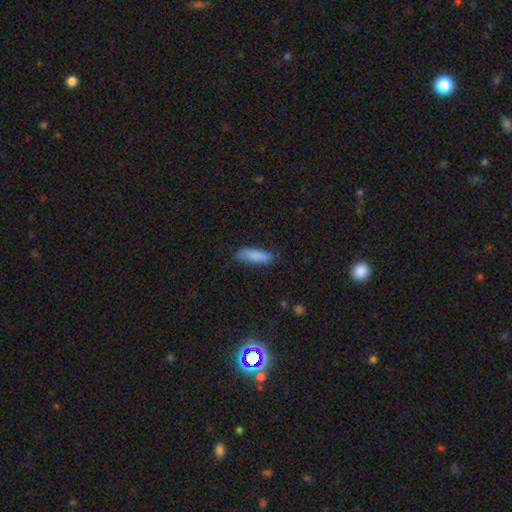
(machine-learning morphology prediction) Smooth or featured? Predicted: smooth (p=0.85). How rounded? Predicted: in between (p=0.53). Merging? Predicted: none (p=0.76).